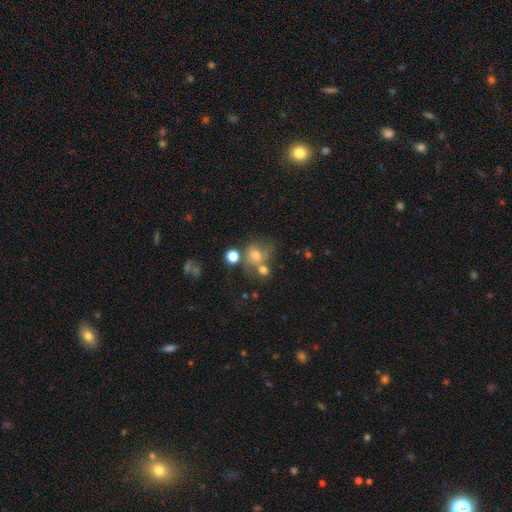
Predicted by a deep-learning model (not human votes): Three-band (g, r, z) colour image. It shows a smooth galaxy with no disk features (60%) that is round (67%). Merging: none (41%).